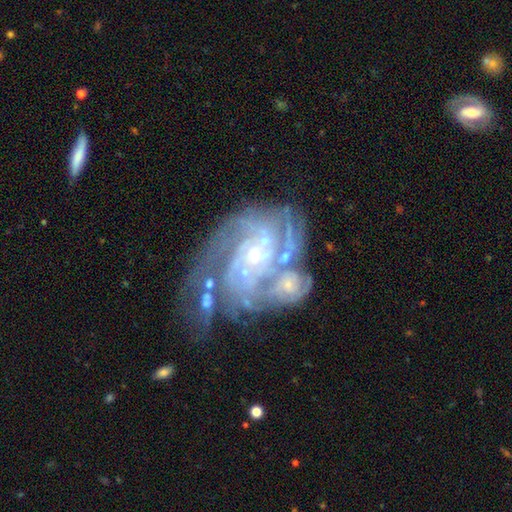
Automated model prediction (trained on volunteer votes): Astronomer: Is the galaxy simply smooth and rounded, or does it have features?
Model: featured or disk — 88%.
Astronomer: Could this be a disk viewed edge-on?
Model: no — 97%.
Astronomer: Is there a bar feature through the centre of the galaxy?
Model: no — 68%.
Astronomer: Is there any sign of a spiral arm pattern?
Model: yes — 97%.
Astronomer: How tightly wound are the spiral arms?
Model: tight — 65%.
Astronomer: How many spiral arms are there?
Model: can't tell — 28% (runner-up: 3, 19%).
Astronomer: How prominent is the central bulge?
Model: small — 76%.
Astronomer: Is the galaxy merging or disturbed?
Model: merger — 36% (runner-up: none, 30%).